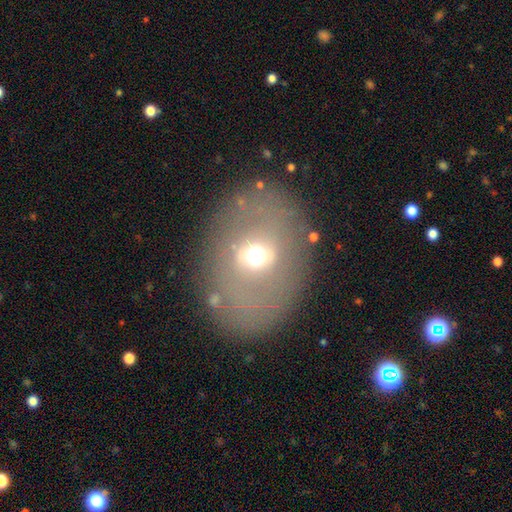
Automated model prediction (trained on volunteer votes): smooth-or-featured: smooth: 50% | featured or disk: 33% | star or artifact: 17%
  merging: none: 70% | minor disturbance: 16% | major disturbance: 10% | merger: 5%